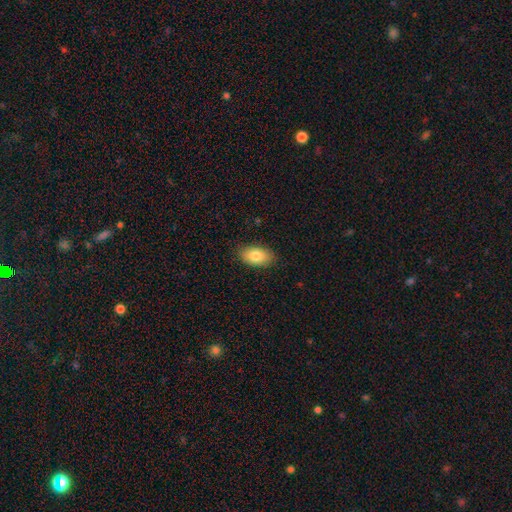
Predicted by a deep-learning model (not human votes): Smooth or featured? Predicted: smooth (p=0.83). How rounded? Predicted: in between (p=0.93). Merging? Predicted: none (p=0.87).